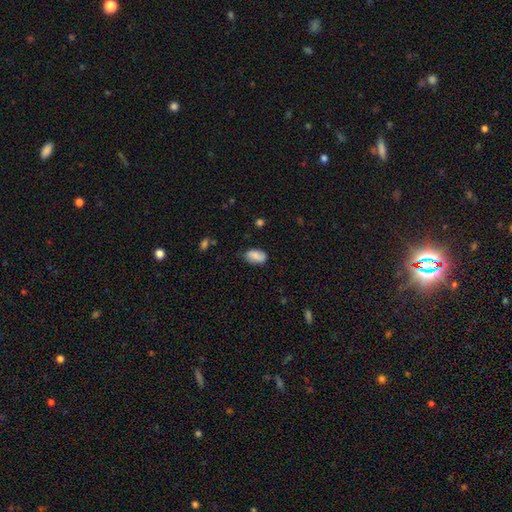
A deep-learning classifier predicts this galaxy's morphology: A smooth galaxy with no disk features (77%) that is in between round and cigar-shaped (92%).

Vote fractions:
- Smooth or featured? smooth: 77% / featured or disk: 16% / star or artifact: 8%
- How rounded? in between: 92% / round: 6% / cigar-shaped: 2%
- Merging? none: 76% / minor disturbance: 19% / major disturbance: 4% / merger: 2%